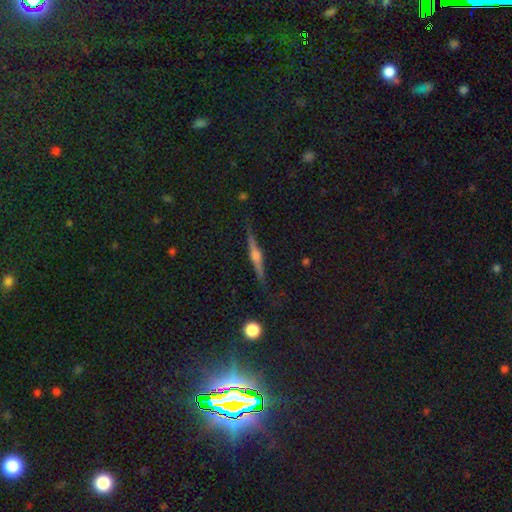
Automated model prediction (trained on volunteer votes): This appears to be a featured or disk galaxy (76%) viewed edge-on (98%) with a rounded central bulge (87%). Merging: none (86%).